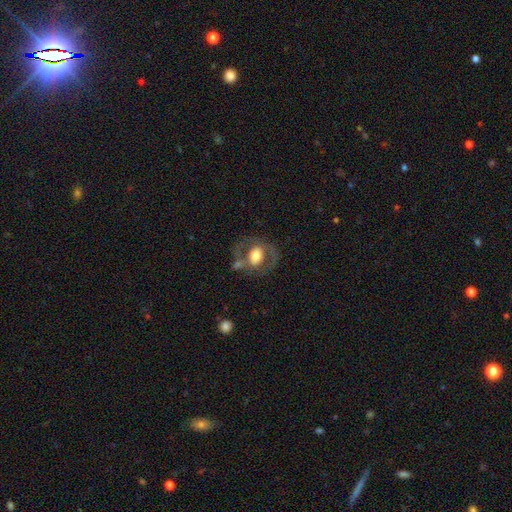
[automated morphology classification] The model was most divided on "smooth or featured": featured or disk: 51%, smooth: 42%, star or artifact: 7%. More confident: edge-on disk — no (94%); merging — none (53%).